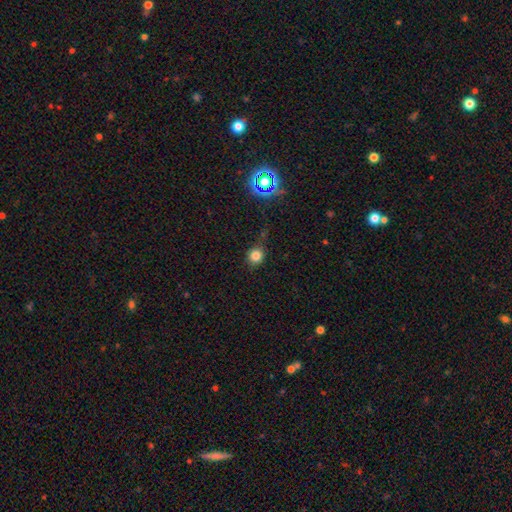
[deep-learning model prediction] Smooth or featured? smooth (79%)
How rounded? round (88%)
Merging? none (72%)